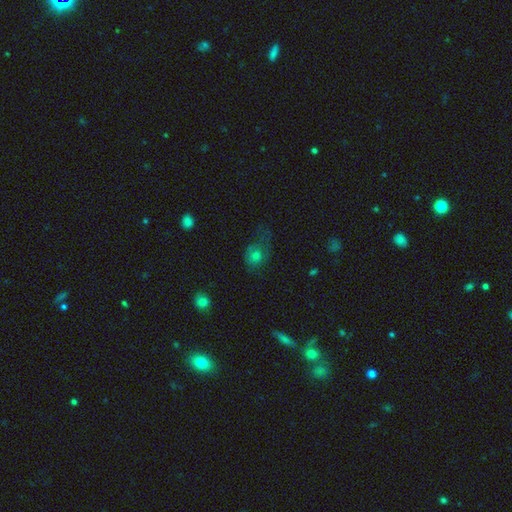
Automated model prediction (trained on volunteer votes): Smooth or featured? Predicted: smooth (p=0.59). How rounded? Predicted: in between (p=0.50). Merging? Predicted: none (p=0.38).